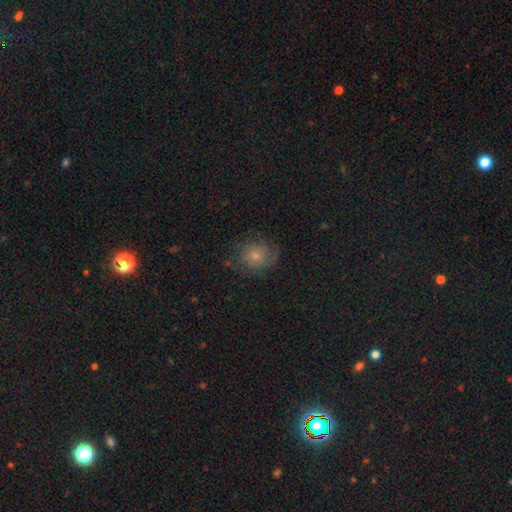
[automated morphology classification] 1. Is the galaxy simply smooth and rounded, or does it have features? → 56% smooth, 34% featured or disk, 10% star or artifact.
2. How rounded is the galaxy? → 68% round, 31% in between, 1% cigar-shaped.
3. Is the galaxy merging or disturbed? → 65% none, 22% minor disturbance, 12% major disturbance, 1% merger.